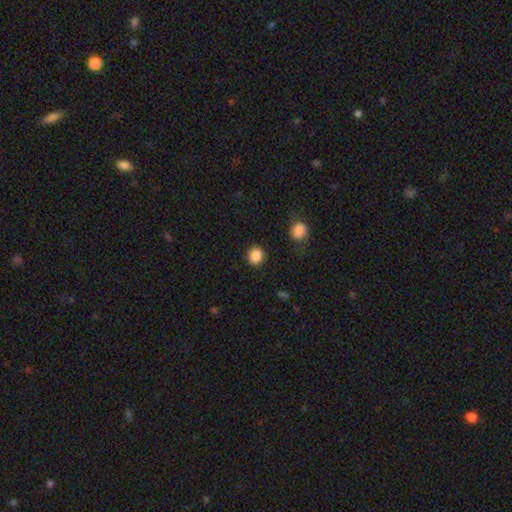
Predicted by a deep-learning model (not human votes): A smooth galaxy with no disk features (87%) that is round (86%). Merging: none (90%).